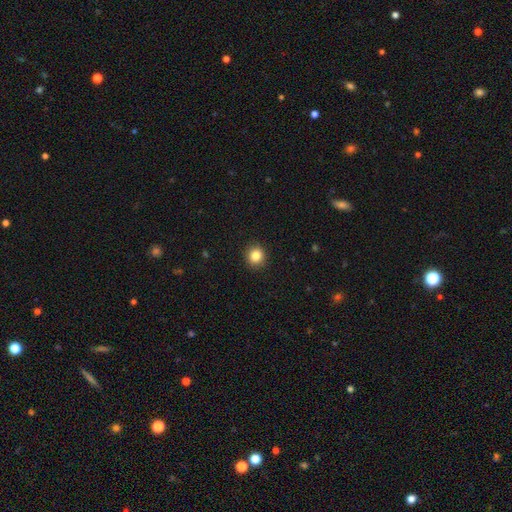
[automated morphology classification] type=smooth (85%); roundness=round (87%); merging=none (92%).